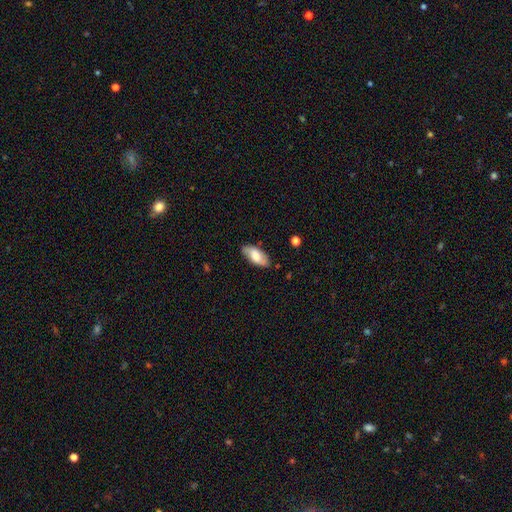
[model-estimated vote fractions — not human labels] Smooth or featured? smooth (66%)
How rounded? in between (88%)
Merging? none (80%)